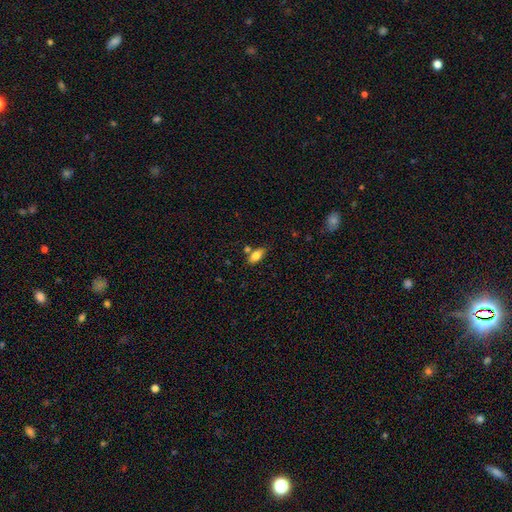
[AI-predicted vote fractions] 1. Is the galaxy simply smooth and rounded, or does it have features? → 80% smooth, 12% featured or disk, 8% star or artifact.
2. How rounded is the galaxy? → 89% in between, 7% cigar-shaped, 4% round.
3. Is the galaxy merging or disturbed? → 65% none, 16% minor disturbance, 15% merger, 4% major disturbance.